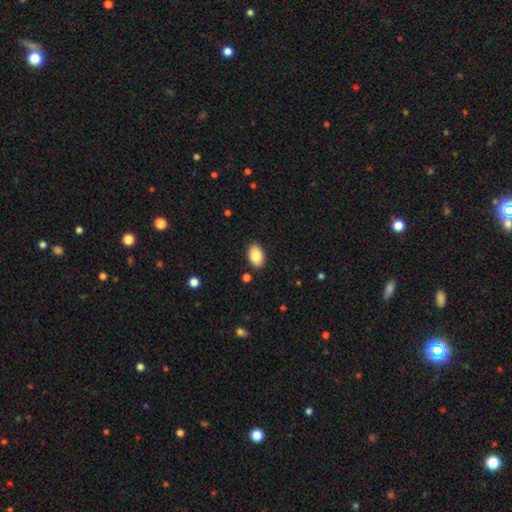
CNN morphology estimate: Overall: smooth (86%). How rounded: in between (90%). Merging: none (88%).